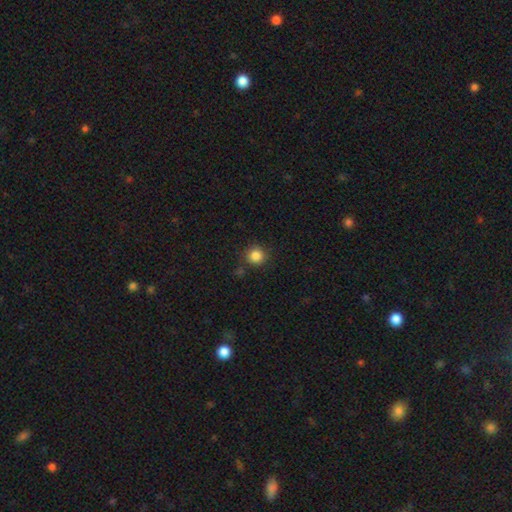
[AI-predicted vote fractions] Smooth or featured? Predicted: smooth (p=0.85). How rounded? Predicted: round (p=0.93). Merging? Predicted: none (p=0.83).